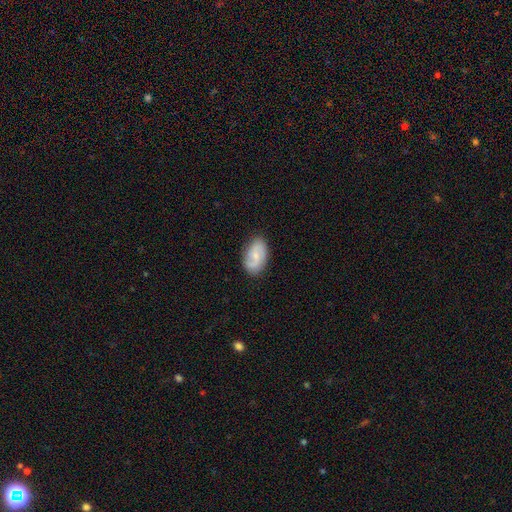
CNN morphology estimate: Smooth or featured: featured or disk — 57% (smooth — 37%)
Edge-on disk: no — 96% (yes — 4%)
Bar: no — 51% (weak — 42%)
Spiral arms: yes — 89% (no — 11%)
Bulge size: small — 59% (moderate — 30%)
Merging: none — 79% (minor disturbance — 16%)